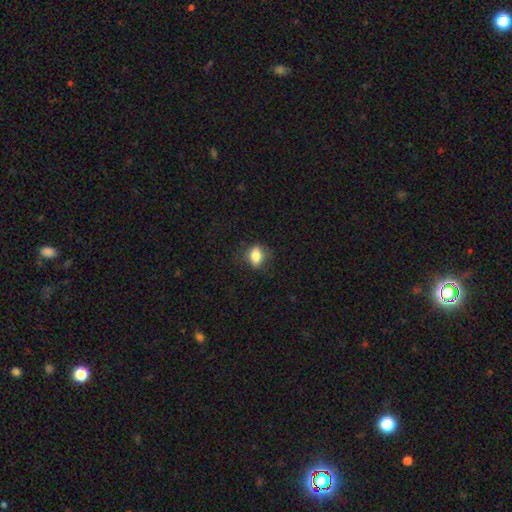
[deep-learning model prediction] Q: Smooth or featured?
A: smooth (79%); runner-up: featured or disk (12%)
Q: How rounded?
A: in between (73%); runner-up: round (23%)
Q: Merging?
A: none (78%); runner-up: minor disturbance (17%)